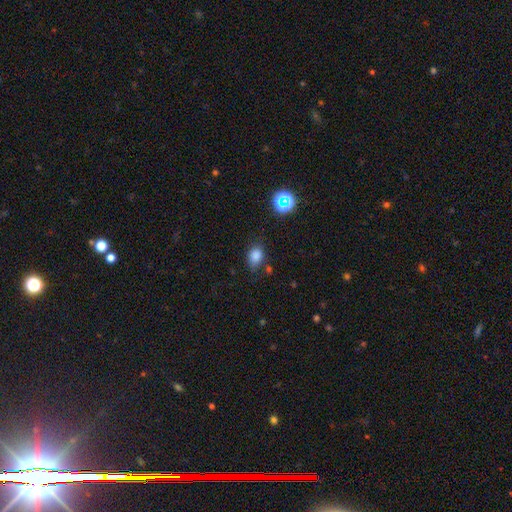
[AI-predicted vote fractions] A smooth galaxy with no disk features (80%) that is in between round and cigar-shaped (64%). Merging: none (70%).